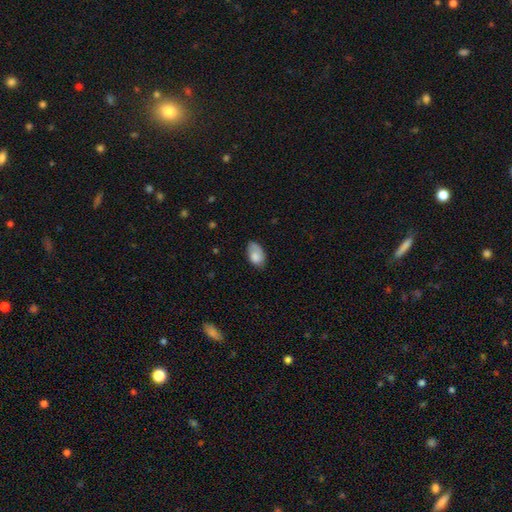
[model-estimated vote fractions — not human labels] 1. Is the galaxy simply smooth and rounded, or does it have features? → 82% smooth, 11% featured or disk, 7% star or artifact.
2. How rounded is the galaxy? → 92% in between, 7% round, 1% cigar-shaped.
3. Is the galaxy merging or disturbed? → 54% none, 34% minor disturbance, 9% major disturbance, 2% merger.